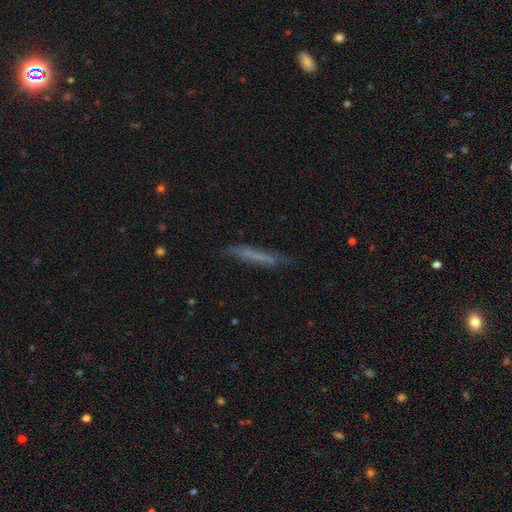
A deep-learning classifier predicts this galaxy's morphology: type=smooth (56%); roundness=cigar-shaped (94%); merging=none (76%).